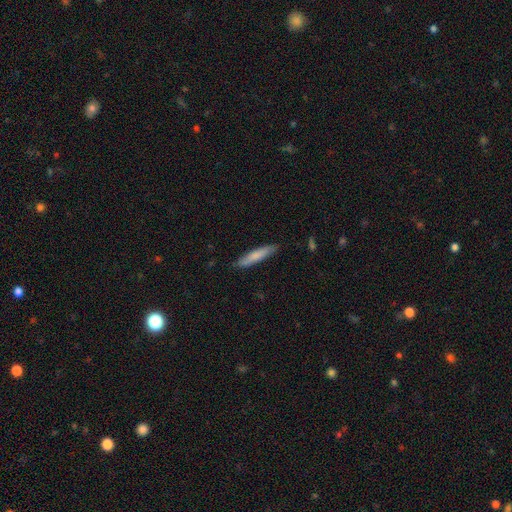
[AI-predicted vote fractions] Morphology: type=smooth (76%); roundness=cigar-shaped (91%); merging=none (86%).